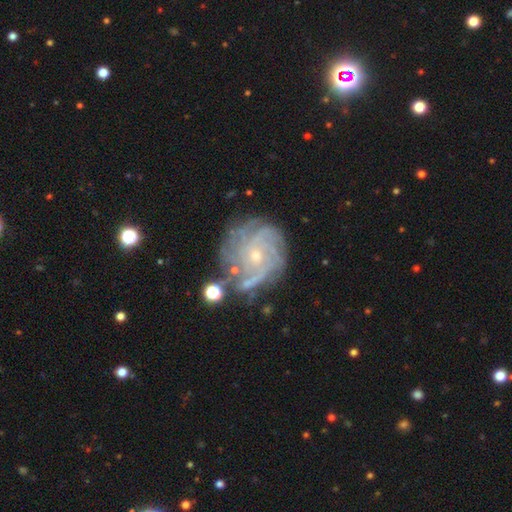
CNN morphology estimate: smooth_or_featured: featured or disk (p=0.84) [alt: star or artifact p=0.09]
disk_edge_on: no (p=0.97) [alt: yes p=0.03]
bar: no (p=0.77) [alt: weak p=0.19]
has_spiral_arms: yes (p=0.96) [alt: no p=0.04]
spiral_winding: tight (p=0.68) [alt: medium p=0.25]
spiral_arm_count: can't tell (p=0.27) [alt: more than 4 p=0.25]
bulge_size: small (p=0.76) [alt: moderate p=0.20]
merging: none (p=0.70) [alt: minor disturbance p=0.17]